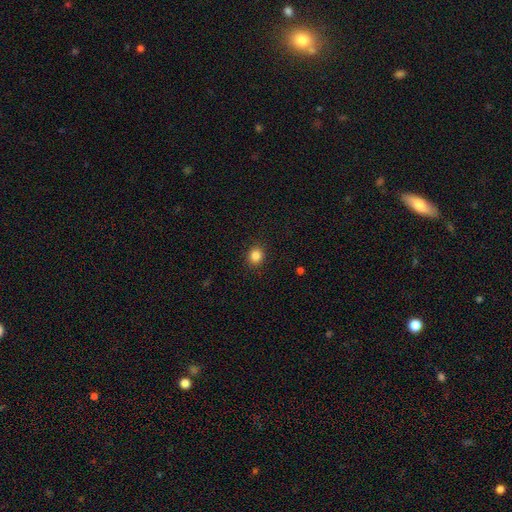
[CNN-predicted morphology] A smooth galaxy with no disk features (85%) that is round (82%).

Vote fractions:
- Smooth or featured? smooth: 85% / star or artifact: 11% / featured or disk: 4%
- How rounded? round: 82% / in between: 17% / cigar-shaped: 1%
- Merging? none: 90% / minor disturbance: 6% / major disturbance: 2% / merger: 1%